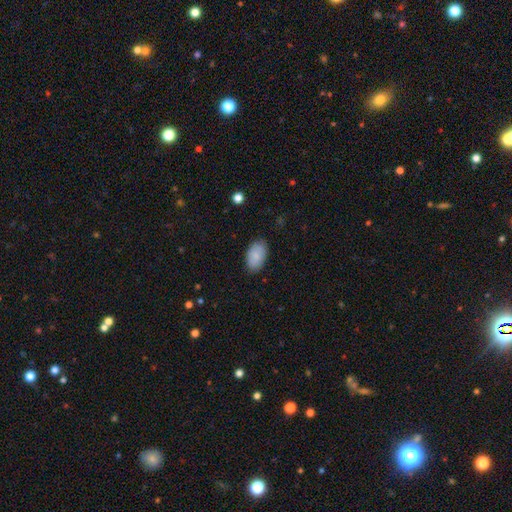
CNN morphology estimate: smooth-or-featured: smooth: 87% | featured or disk: 7% | star or artifact: 6%
  how-rounded: in between: 94% | round: 5% | cigar-shaped: 1%
  merging: none: 85% | minor disturbance: 12% | major disturbance: 2% | merger: 1%